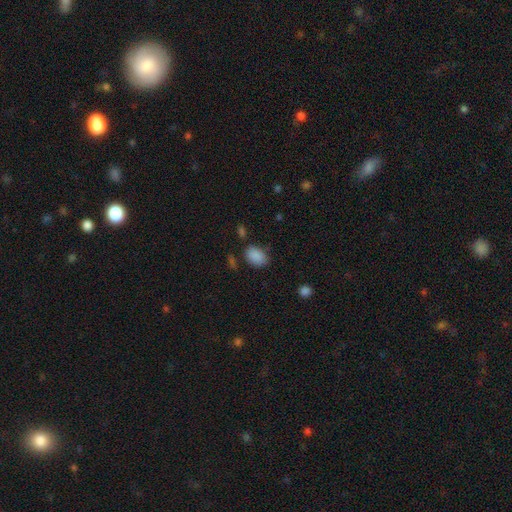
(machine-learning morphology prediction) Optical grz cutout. It shows a smooth galaxy with no disk features (88%) that is in between round and cigar-shaped (83%). Merging: none (75%).